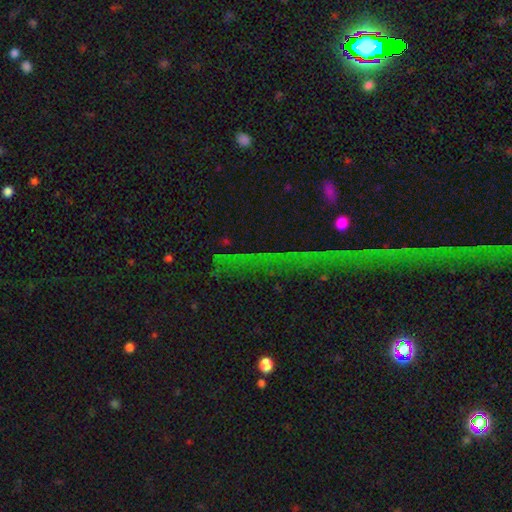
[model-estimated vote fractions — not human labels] Q: Smooth or featured?
A: star or artifact (84%); runner-up: featured or disk (8%)